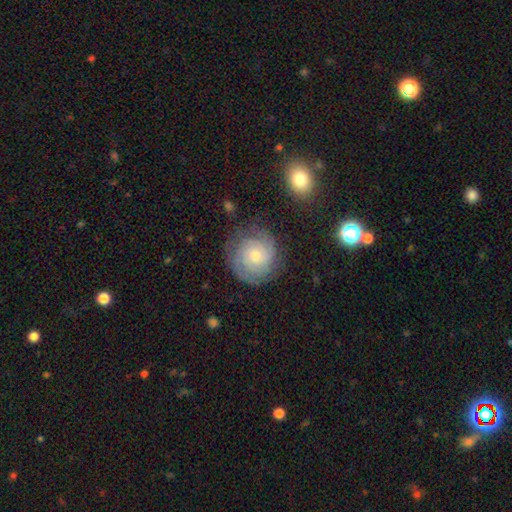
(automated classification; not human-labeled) Smooth or featured? featured or disk (74%)
Edge-on disk? no (98%)
Bar? no (79%)
Spiral arms? yes (93%)
Spiral winding? tight (74%)
Spiral arm count? 2 (41%)
Bulge size? small (60%)
Merging? none (79%)